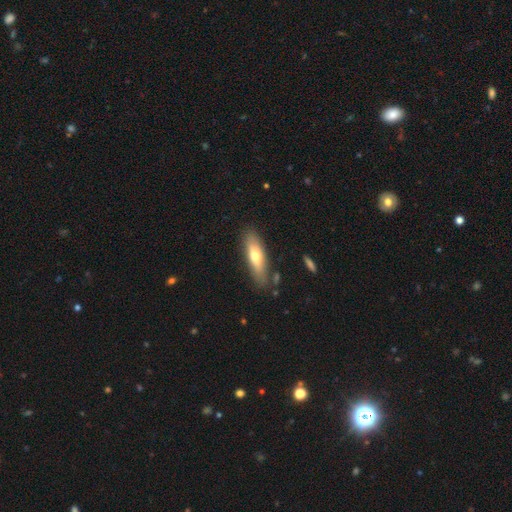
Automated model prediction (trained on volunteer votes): Q: Smooth or featured?
A: smooth (62%); runner-up: featured or disk (32%)
Q: How rounded?
A: cigar-shaped (56%); runner-up: in between (42%)
Q: Merging?
A: none (80%); runner-up: minor disturbance (13%)